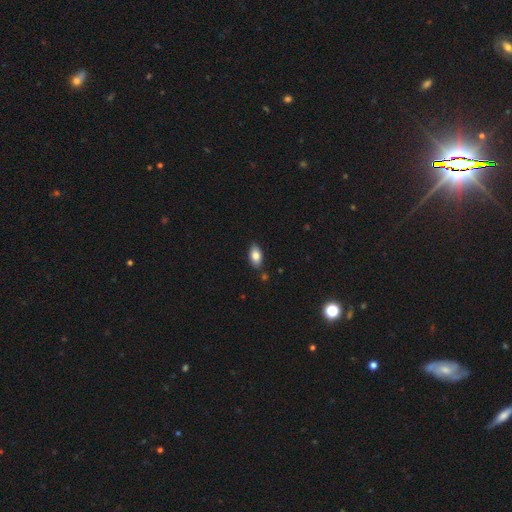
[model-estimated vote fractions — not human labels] smooth_or_featured: smooth (p=0.82) [alt: featured or disk p=0.11]
how_rounded: in between (p=0.92) [alt: round p=0.05]
merging: none (p=0.83) [alt: minor disturbance p=0.12]